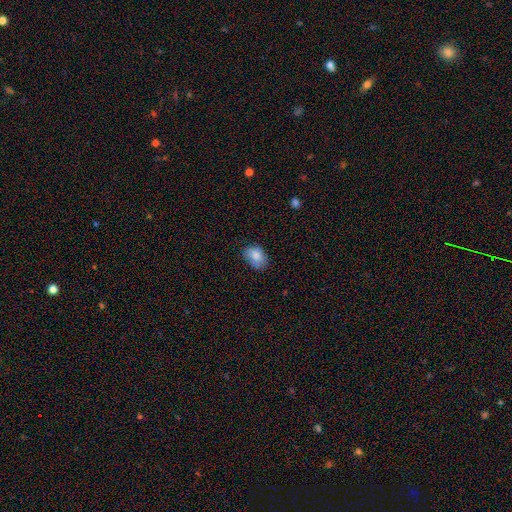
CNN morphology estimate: This appears to be a smooth galaxy with no disk features (83%) that is in between round and cigar-shaped (77%). Merging: none (72%).